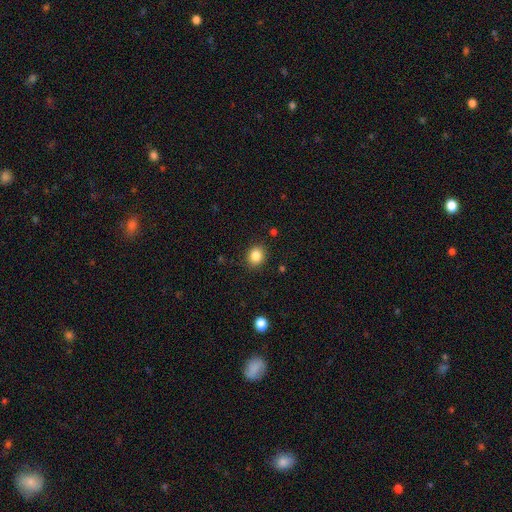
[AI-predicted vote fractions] Q: Smooth or featured?
A: smooth (85%); runner-up: star or artifact (10%)
Q: How rounded?
A: round (69%); runner-up: in between (30%)
Q: Merging?
A: none (89%); runner-up: minor disturbance (8%)